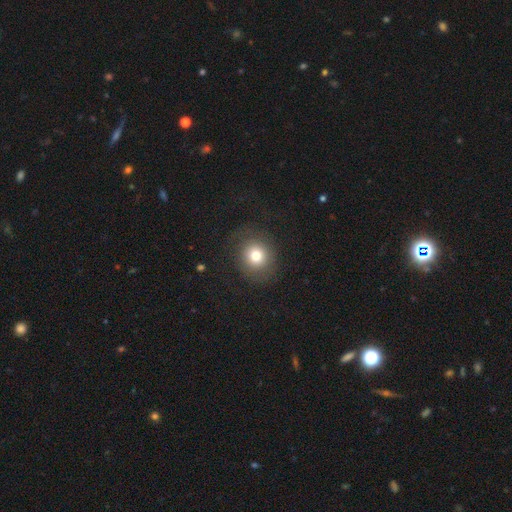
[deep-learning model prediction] Morphology: type=smooth (76%); roundness=round (83%); merging=none (79%).